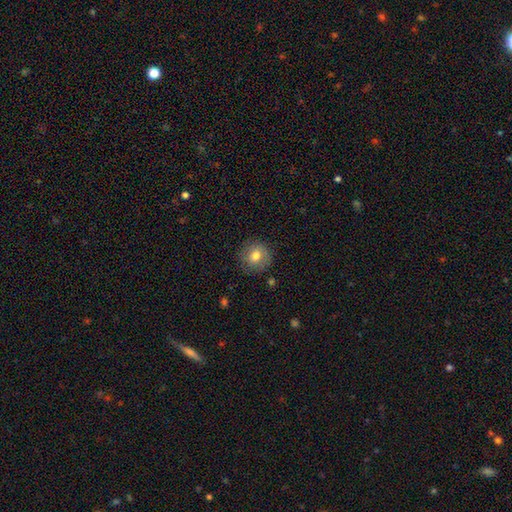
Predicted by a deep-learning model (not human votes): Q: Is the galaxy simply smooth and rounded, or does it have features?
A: smooth — 76%.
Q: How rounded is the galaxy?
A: round — 91%.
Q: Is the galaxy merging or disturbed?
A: none — 84%.